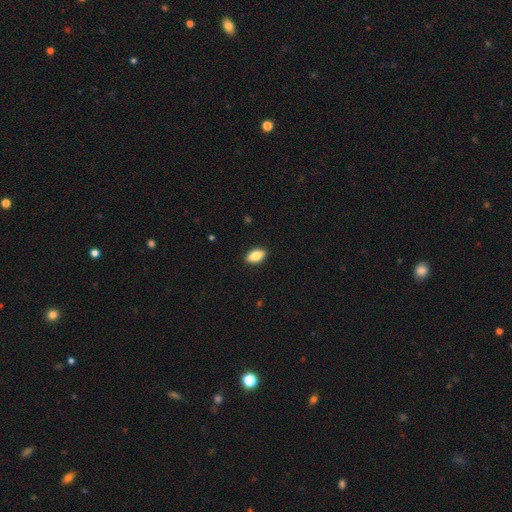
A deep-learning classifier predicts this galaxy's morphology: type=smooth (83%); roundness=in between (91%); merging=none (90%).